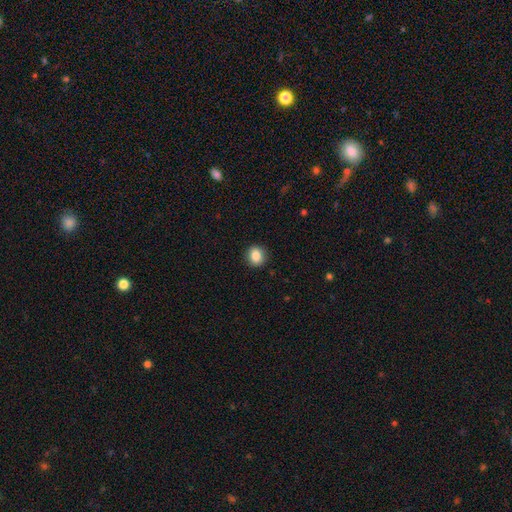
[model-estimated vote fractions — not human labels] smooth 86%, star or artifact 9%, featured or disk 5%. Down the decision tree: how rounded — round (75%); merging — none (90%).